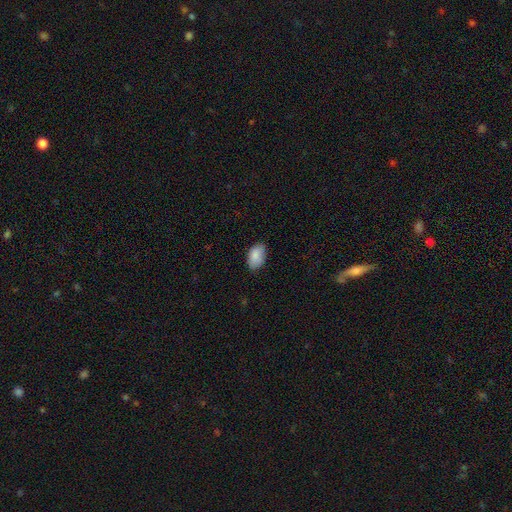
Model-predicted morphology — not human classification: This is clearly a smooth galaxy (87%). How rounded: clearly in between (92%). Merging: likely none (78%).